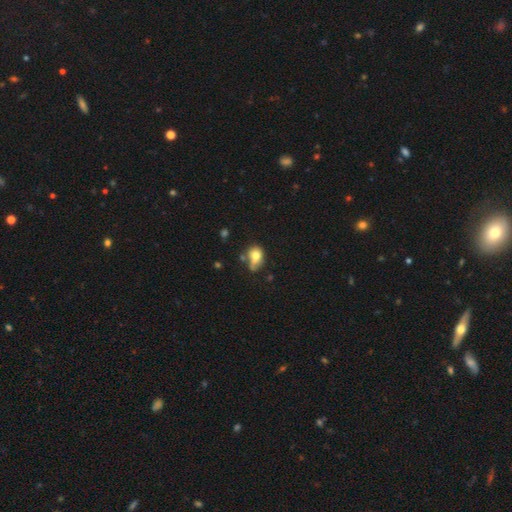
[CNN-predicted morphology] Smooth or featured? smooth (72%)
How rounded? in between (61%)
Merging? none (37%)